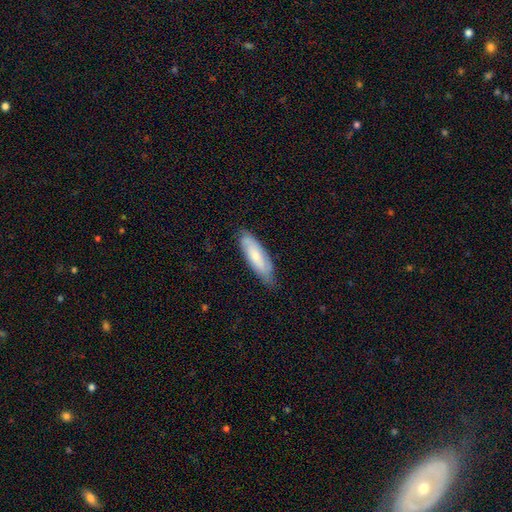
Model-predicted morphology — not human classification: Q: Smooth or featured?
A: smooth (59%); runner-up: featured or disk (35%)
Q: How rounded?
A: in between (52%); runner-up: cigar-shaped (46%)
Q: Merging?
A: none (76%); runner-up: minor disturbance (20%)